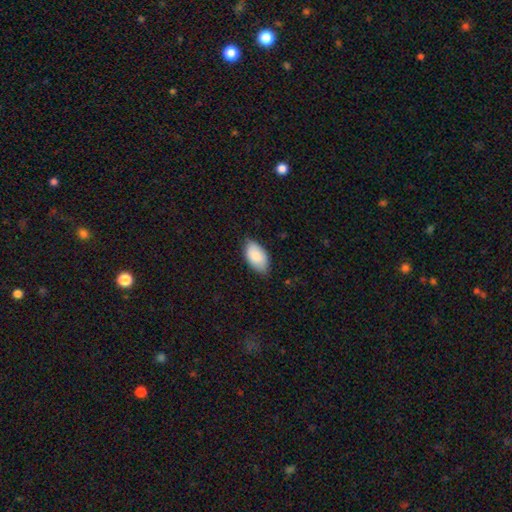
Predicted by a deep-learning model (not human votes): Smooth or featured: smooth — 86% (featured or disk — 8%)
How rounded: in between — 95% (round — 4%)
Merging: none — 75% (minor disturbance — 21%)